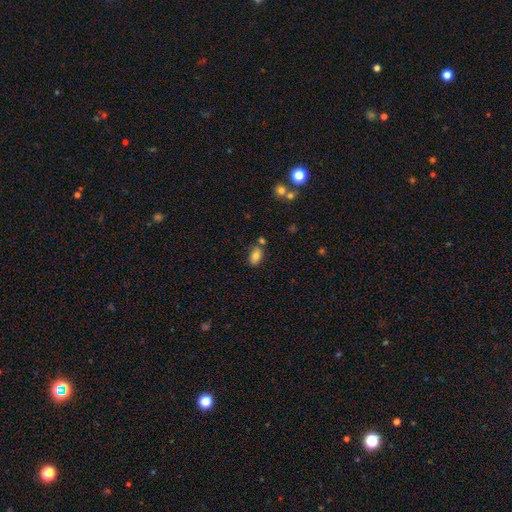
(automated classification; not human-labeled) A smooth galaxy with no disk features (80%) that is in between round and cigar-shaped (90%). Merging: none (69%).